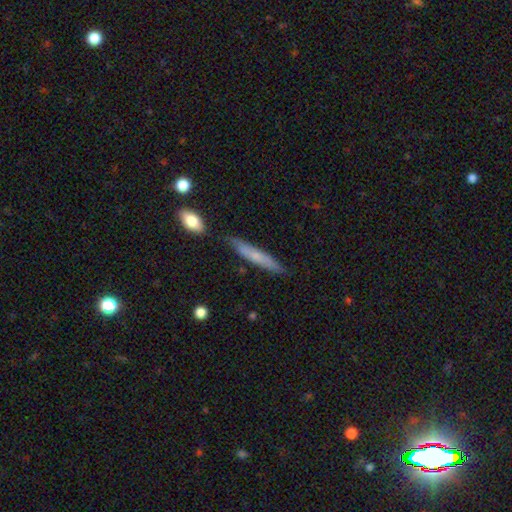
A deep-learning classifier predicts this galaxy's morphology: Smooth or featured? Predicted: smooth (p=0.61). How rounded? Predicted: cigar-shaped (p=0.92). Merging? Predicted: none (p=0.81).